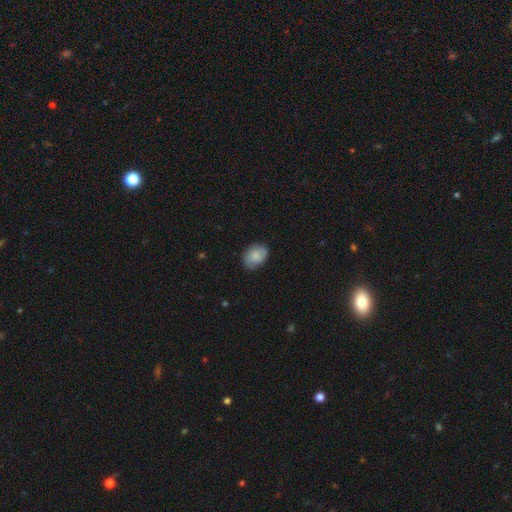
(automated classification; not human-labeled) A smooth galaxy with no disk features (77%) that is in between round and cigar-shaped (72%). Merging: none (71%).